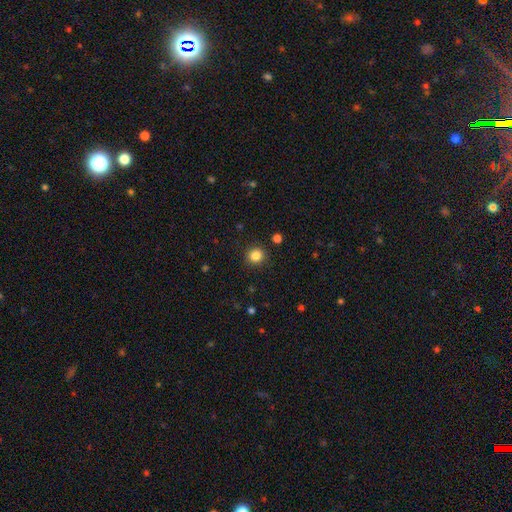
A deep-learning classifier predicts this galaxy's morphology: type=smooth (84%); roundness=round (91%); merging=none (91%).